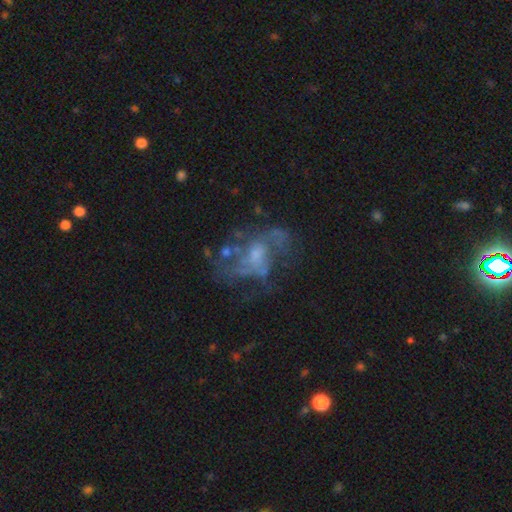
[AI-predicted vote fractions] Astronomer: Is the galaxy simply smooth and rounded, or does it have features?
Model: featured or disk — 69%.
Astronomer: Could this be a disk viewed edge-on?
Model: no — 97%.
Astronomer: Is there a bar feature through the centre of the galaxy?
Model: no — 72%.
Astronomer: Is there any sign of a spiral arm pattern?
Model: yes — 53% (runner-up: no, 47%).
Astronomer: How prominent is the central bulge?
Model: small — 36%, tied with moderate at 36%.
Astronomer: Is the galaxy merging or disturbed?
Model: none — 45% (runner-up: major disturbance, 32%).